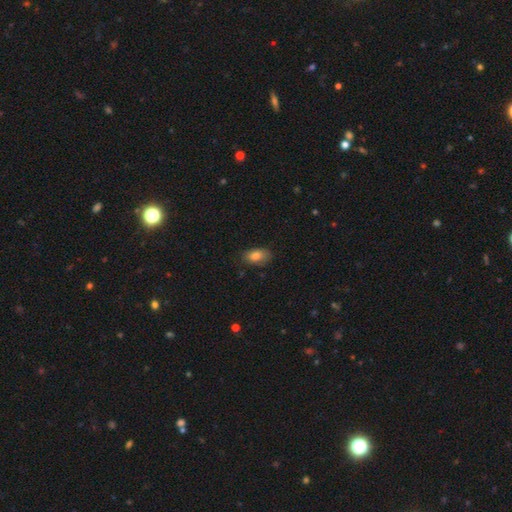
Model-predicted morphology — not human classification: smooth-or-featured: smooth: 82% | featured or disk: 10% | star or artifact: 8%
  how-rounded: in between: 90% | round: 7% | cigar-shaped: 2%
  merging: none: 77% | minor disturbance: 19% | major disturbance: 3% | merger: 1%